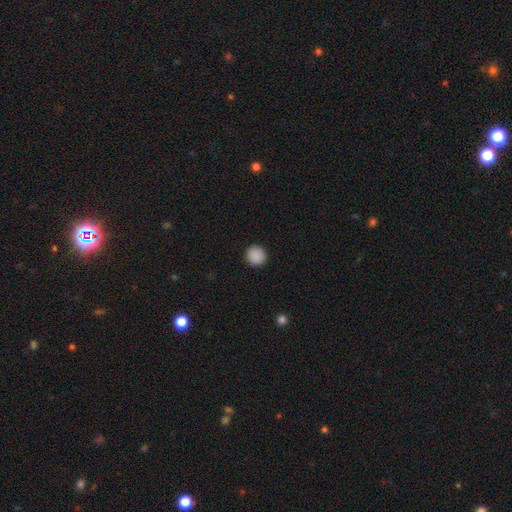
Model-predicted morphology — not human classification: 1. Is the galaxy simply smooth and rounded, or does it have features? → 90% smooth, 8% star or artifact, 2% featured or disk.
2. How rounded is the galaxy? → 95% round, 4% in between, 1% cigar-shaped.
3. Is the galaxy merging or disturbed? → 93% none, 5% minor disturbance, 2% major disturbance, 1% merger.